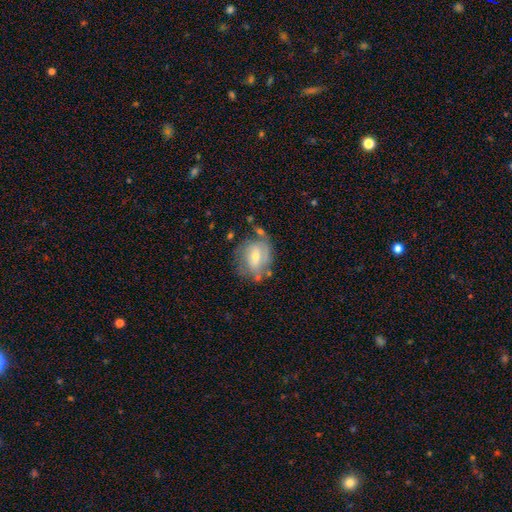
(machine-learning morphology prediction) smooth-or-featured: featured or disk: 51% | smooth: 42% | star or artifact: 8%
  disk-edge-on: no: 95% | yes: 5%
  merging: none: 50% | minor disturbance: 27% | major disturbance: 14% | merger: 9%